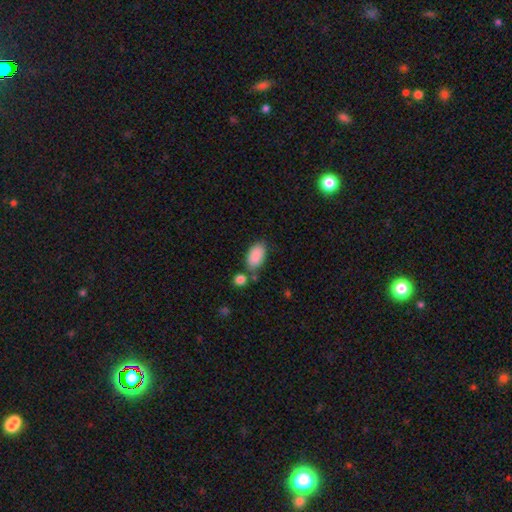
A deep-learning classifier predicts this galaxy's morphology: smooth_or_featured: smooth (p=0.89) [alt: star or artifact p=0.07]
how_rounded: in between (p=0.94) [alt: round p=0.04]
merging: none (p=0.68) [alt: minor disturbance p=0.15]